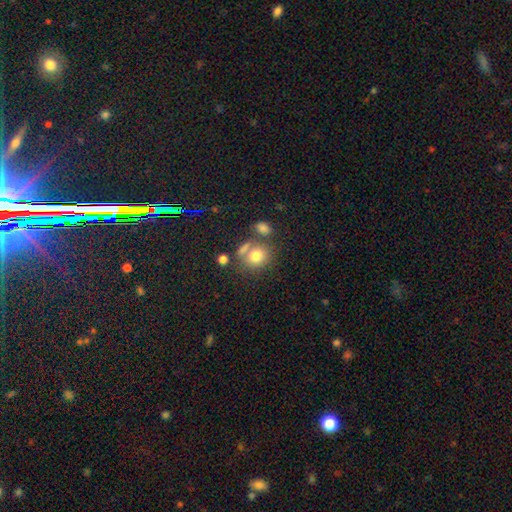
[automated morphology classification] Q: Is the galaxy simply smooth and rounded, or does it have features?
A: smooth — 76%.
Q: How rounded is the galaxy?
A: round — 73%.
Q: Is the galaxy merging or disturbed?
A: none — 54%.